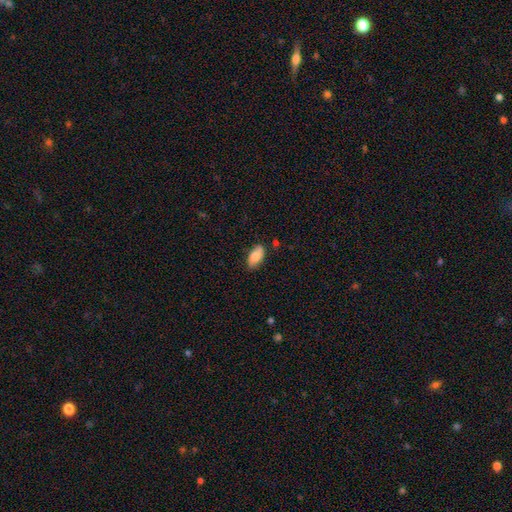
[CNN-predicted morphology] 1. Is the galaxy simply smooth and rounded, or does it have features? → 81% smooth, 13% featured or disk, 7% star or artifact.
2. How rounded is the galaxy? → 93% in between, 4% cigar-shaped, 3% round.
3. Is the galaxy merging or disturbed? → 80% none, 16% minor disturbance, 3% major disturbance, 2% merger.